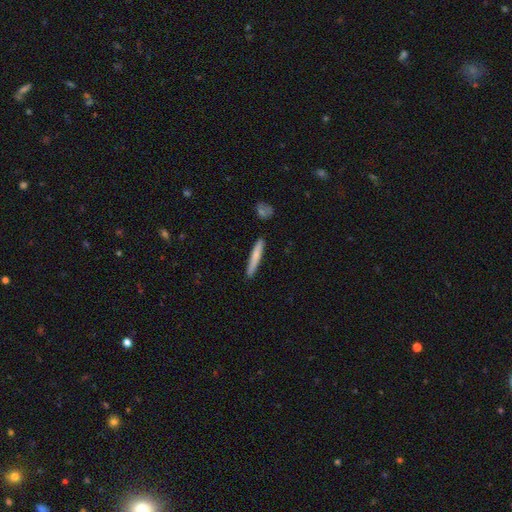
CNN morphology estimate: Q: Smooth or featured?
A: smooth (72%); runner-up: featured or disk (22%)
Q: How rounded?
A: cigar-shaped (95%); runner-up: in between (4%)
Q: Merging?
A: none (88%); runner-up: minor disturbance (8%)